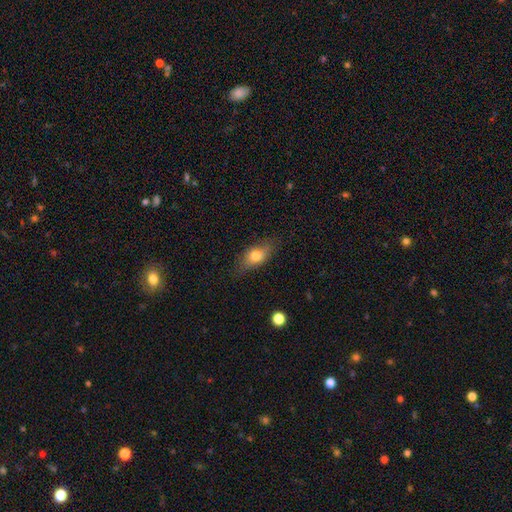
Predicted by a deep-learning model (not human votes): Smooth or featured? smooth (71%)
How rounded? in between (78%)
Merging? none (78%)